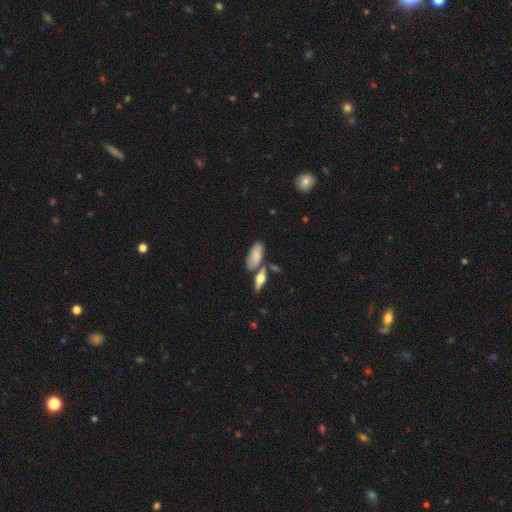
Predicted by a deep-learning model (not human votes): A smooth galaxy with no disk features (69%) that is in between round and cigar-shaped (86%). Merging: none (58%).